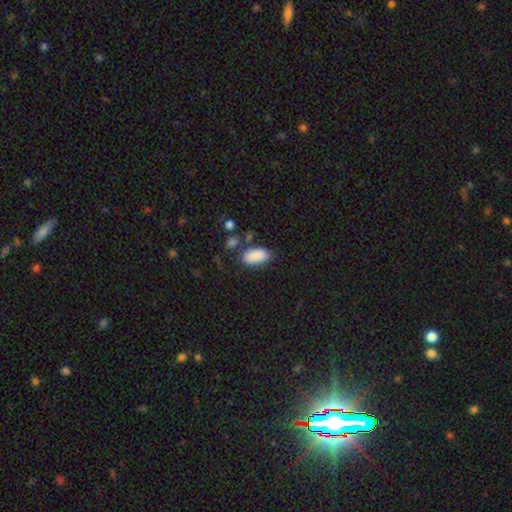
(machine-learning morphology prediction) Smooth or featured: smooth — 88% (star or artifact — 7%)
How rounded: in between — 92% (cigar-shaped — 5%)
Merging: none — 71% (minor disturbance — 18%)